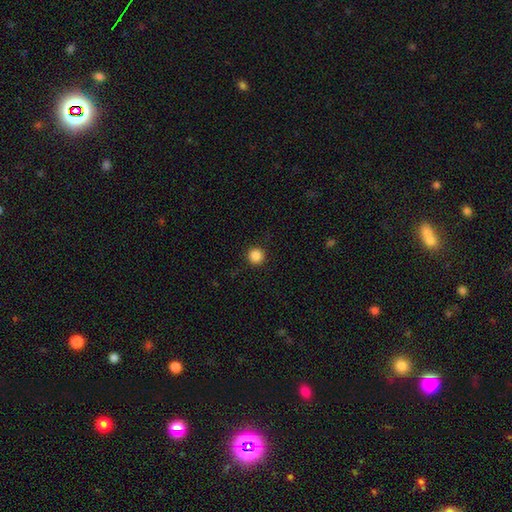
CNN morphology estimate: A smooth galaxy with no disk features (87%) that is round (96%).

Vote fractions:
- Smooth or featured? smooth: 87% / star or artifact: 10% / featured or disk: 3%
- How rounded? round: 96% / in between: 3% / cigar-shaped: 1%
- Merging? none: 92% / minor disturbance: 5% / major disturbance: 2% / merger: 1%